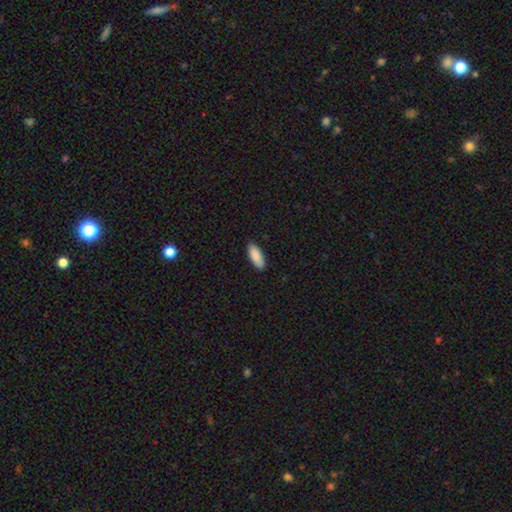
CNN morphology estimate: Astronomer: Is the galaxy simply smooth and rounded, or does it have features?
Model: smooth — 89%.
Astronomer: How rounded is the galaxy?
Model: in between — 76%.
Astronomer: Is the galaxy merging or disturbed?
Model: none — 86%.